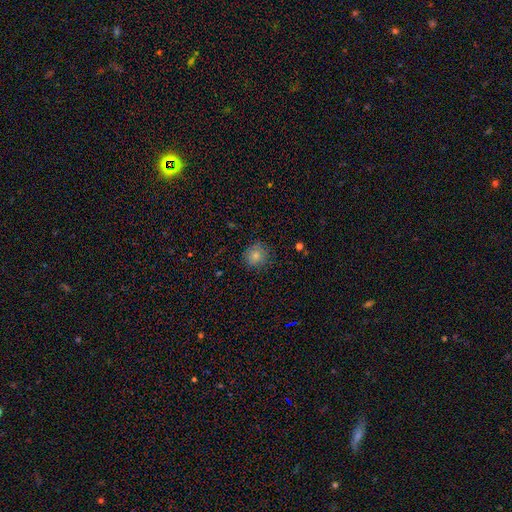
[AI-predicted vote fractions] A smooth galaxy with no disk features (80%) that is round (89%). Merging: none (83%).